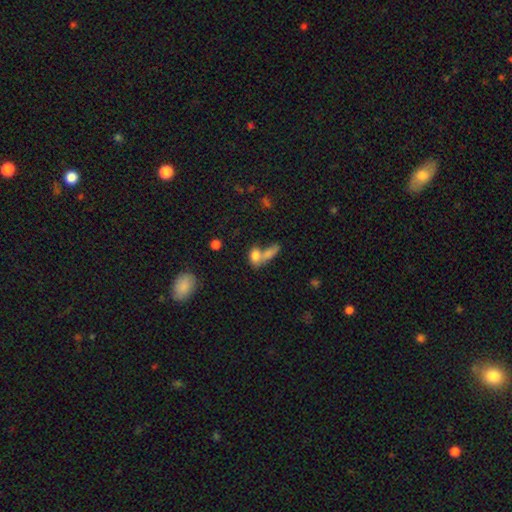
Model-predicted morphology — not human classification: smooth 79%, featured or disk 11%, star or artifact 10%. Down the decision tree: how rounded — in between (74%); merging — merger (58%).